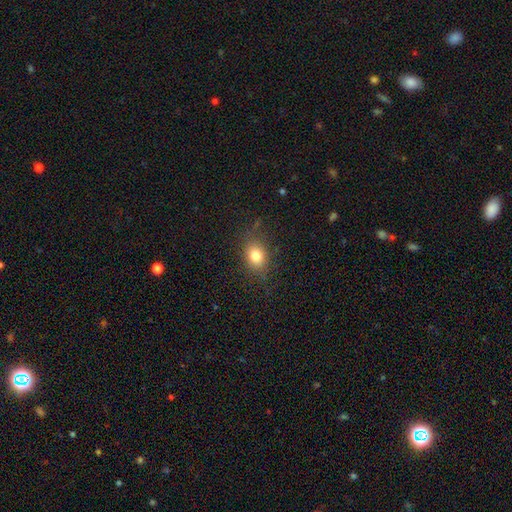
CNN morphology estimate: Overall: smooth (79%). How rounded: in between (60%; round 38%). Merging: none (79%).